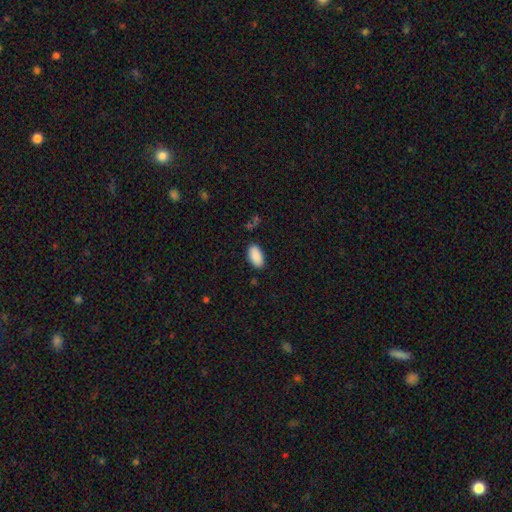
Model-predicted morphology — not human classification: A smooth galaxy with no disk features (90%) that is in between round and cigar-shaped (95%). Merging: none (86%).